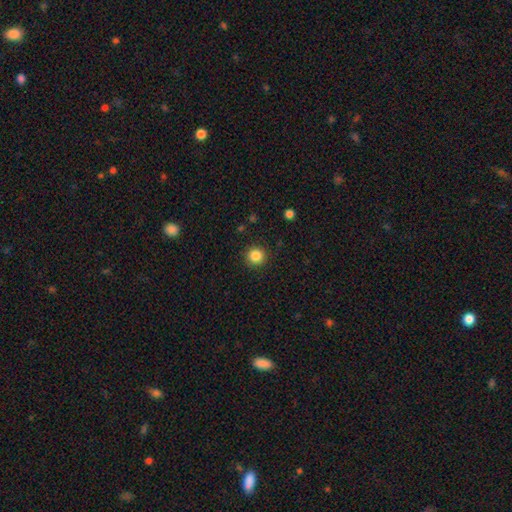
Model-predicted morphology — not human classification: The model was most divided on "smooth or featured": smooth: 86%, star or artifact: 11%, featured or disk: 4%. More confident: how rounded — round (94%); merging — none (91%).